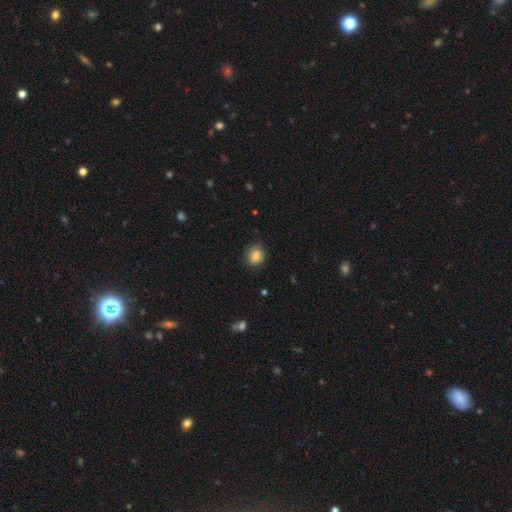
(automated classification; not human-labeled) smooth_or_featured: smooth (p=0.84) [alt: star or artifact p=0.09]
how_rounded: round (p=0.75) [alt: in between p=0.24]
merging: none (p=0.81) [alt: minor disturbance p=0.15]